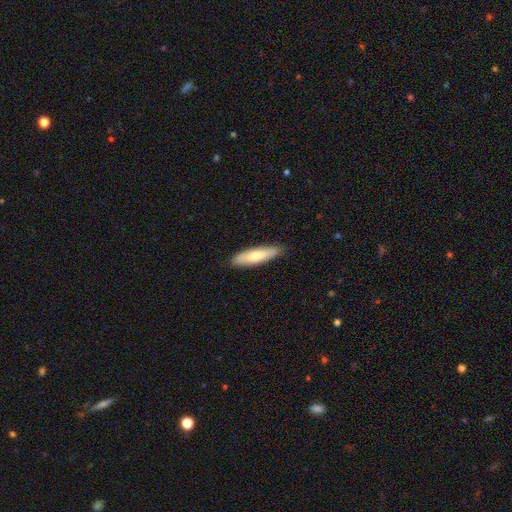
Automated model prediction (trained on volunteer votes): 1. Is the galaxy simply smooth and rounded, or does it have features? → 70% smooth, 25% featured or disk, 5% star or artifact.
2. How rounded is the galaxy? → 64% cigar-shaped, 34% in between, 2% round.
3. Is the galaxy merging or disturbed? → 88% none, 9% minor disturbance, 2% major disturbance, 1% merger.